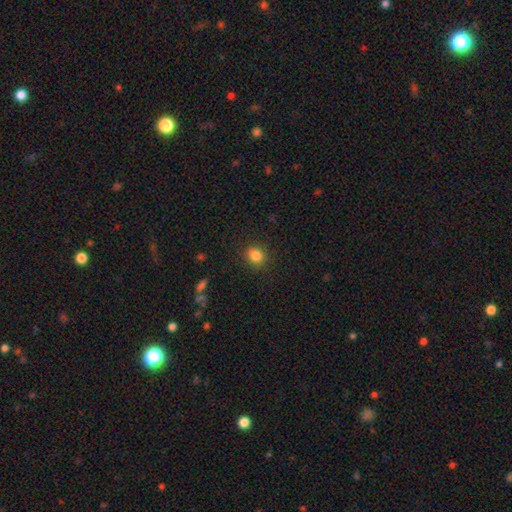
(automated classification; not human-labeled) Smooth or featured: smooth — 83% (star or artifact — 11%)
How rounded: round — 77% (in between — 22%)
Merging: none — 88% (minor disturbance — 9%)